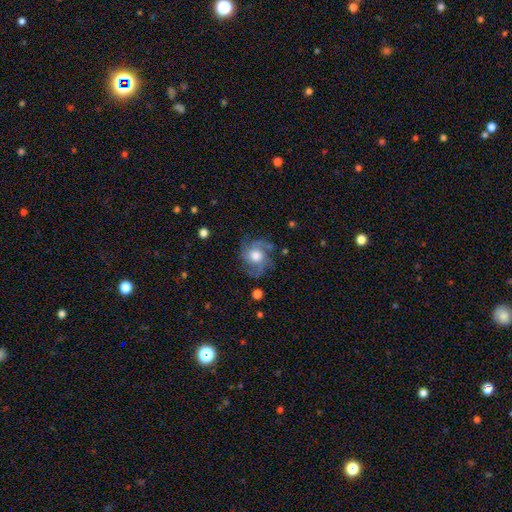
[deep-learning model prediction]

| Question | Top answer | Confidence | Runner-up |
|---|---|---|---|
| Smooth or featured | featured or disk | 72% | smooth (19%) |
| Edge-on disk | no | 98% | yes (2%) |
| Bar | no | 78% | weak (19%) |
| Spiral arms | yes | 92% | no (8%) |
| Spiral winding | medium | 46% | tight (35%) |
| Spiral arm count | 3 | 39% | 4 (20%) |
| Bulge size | moderate | 54% | large (36%) |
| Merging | none | 72% | minor disturbance (16%) |